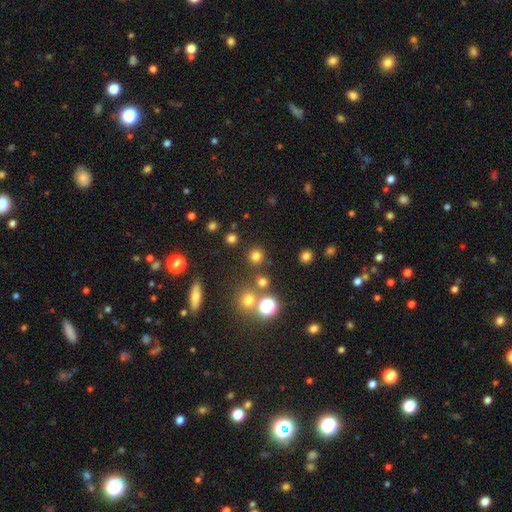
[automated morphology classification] type=smooth (74%); roundness=round (93%); merging=none (84%).